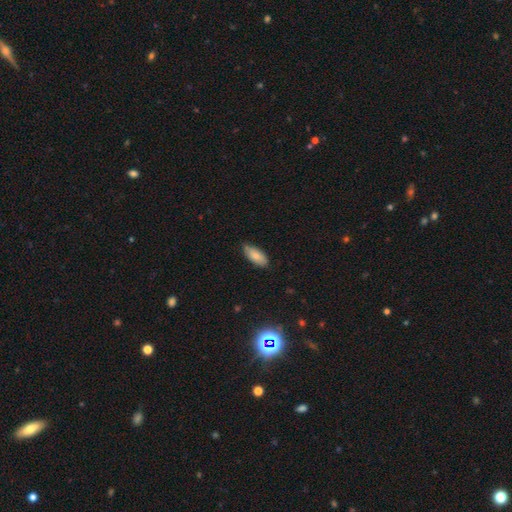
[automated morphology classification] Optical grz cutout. It shows a smooth galaxy with no disk features (80%) that is in between round and cigar-shaped (87%). Merging: none (72%).